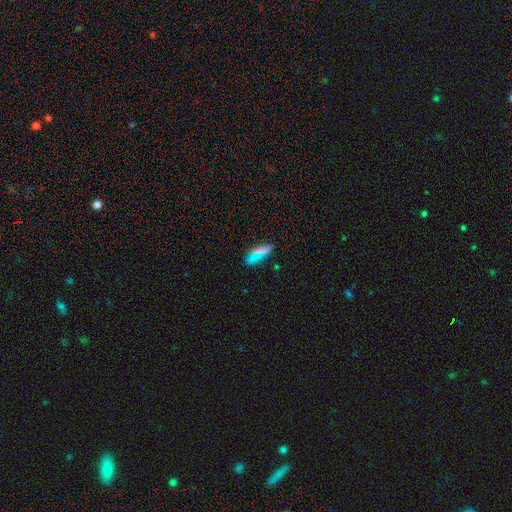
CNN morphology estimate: Smooth or featured?
  - smooth: 74% *
  - star or artifact: 14%
  - featured or disk: 12%
How rounded?
  - in between: 52% *
  - cigar-shaped: 42%
  - round: 5%
Merging?
  - none: 80% *
  - minor disturbance: 13%
  - major disturbance: 4%
  - merger: 3%